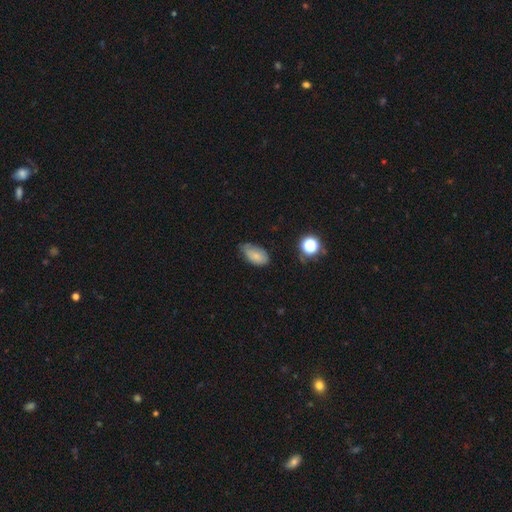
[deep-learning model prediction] Overall: smooth (75%). How rounded: in between (92%). Merging: none (52%; minor disturbance 38%).